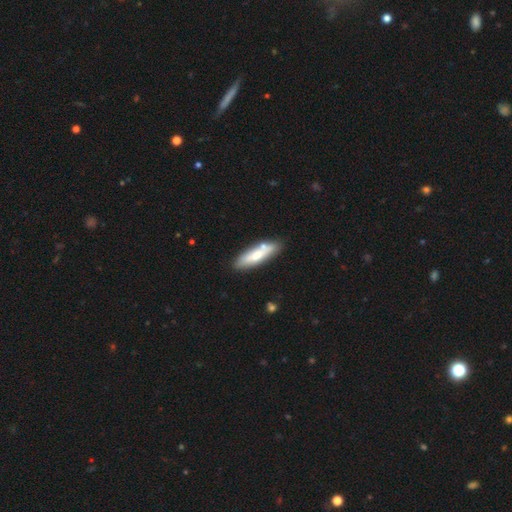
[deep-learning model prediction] A smooth galaxy with no disk features (65%) that is cigar-shaped (65%).

Vote fractions:
- Smooth or featured? smooth: 65% / featured or disk: 30% / star or artifact: 6%
- How rounded? cigar-shaped: 65% / in between: 34% / round: 2%
- Merging? none: 76% / minor disturbance: 14% / merger: 7% / major disturbance: 3%